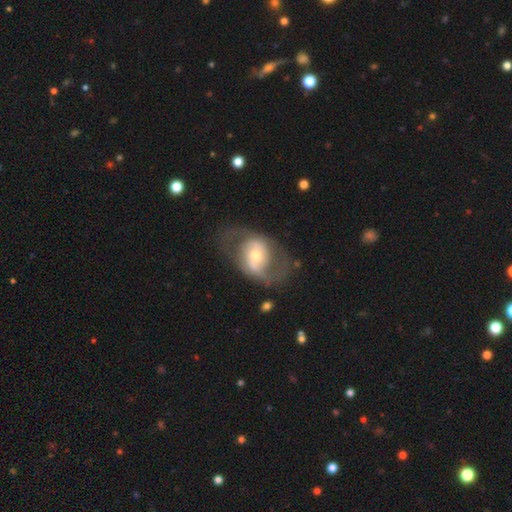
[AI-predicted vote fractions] featured or disk 72%, smooth 22%, star or artifact 6%. Down the decision tree: edge-on disk — no (95%); bar — no (52%); spiral arms — yes (78%); spiral arm count — 2 (82%); spiral winding — medium (46%); bulge size — small (47%); merging — none (62%).